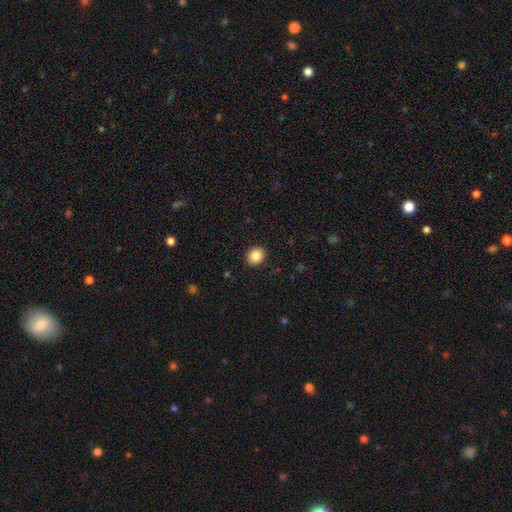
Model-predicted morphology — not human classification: Smooth or featured? smooth (85%)
How rounded? round (65%)
Merging? none (91%)